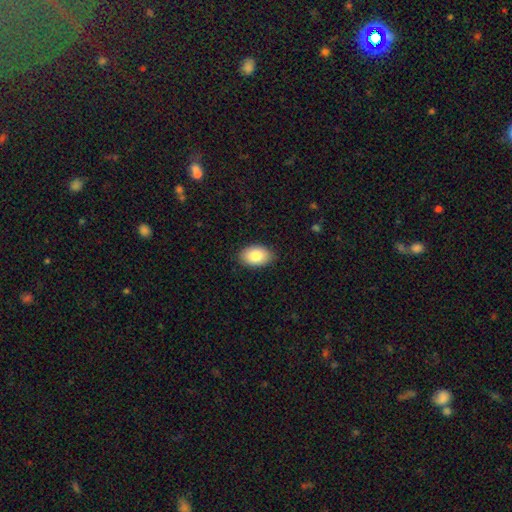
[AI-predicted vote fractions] Morphology: type=smooth (84%); roundness=in between (89%); merging=none (86%).